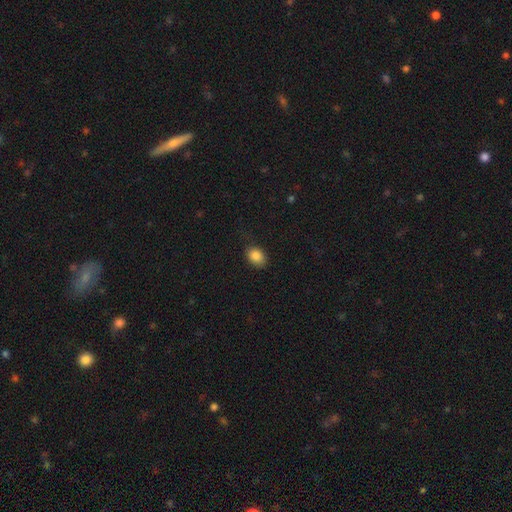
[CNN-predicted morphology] smooth_or_featured: smooth (p=0.86) [alt: star or artifact p=0.09]
how_rounded: in between (p=0.71) [alt: round p=0.28]
merging: none (p=0.78) [alt: minor disturbance p=0.17]